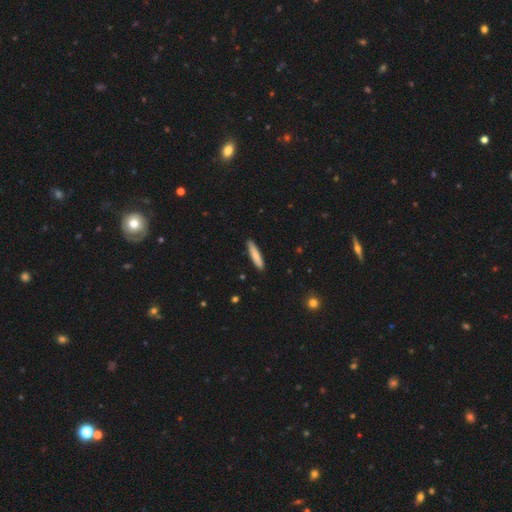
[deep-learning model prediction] smooth 81%, featured or disk 14%, star or artifact 5%. Down the decision tree: how rounded — cigar-shaped (89%); merging — none (90%).